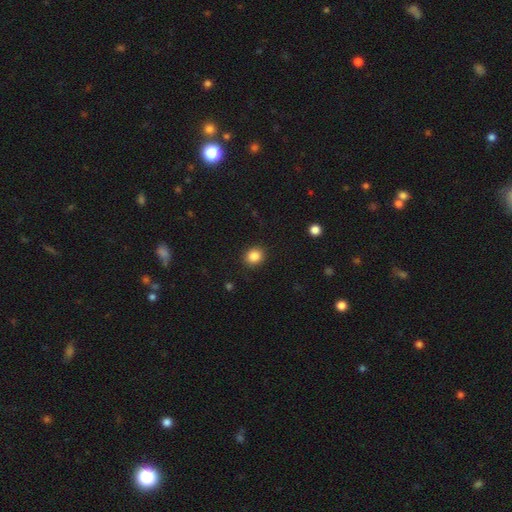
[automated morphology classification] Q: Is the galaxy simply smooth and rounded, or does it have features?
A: smooth — 86%.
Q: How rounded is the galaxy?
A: round — 76%.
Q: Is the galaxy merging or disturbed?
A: none — 89%.